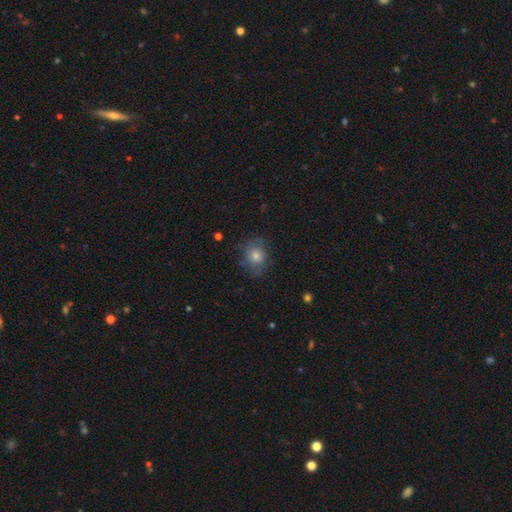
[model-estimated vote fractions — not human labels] smooth_or_featured: smooth (p=0.62) [alt: featured or disk p=0.23]
how_rounded: round (p=0.71) [alt: in between p=0.28]
merging: none (p=0.74) [alt: minor disturbance p=0.17]